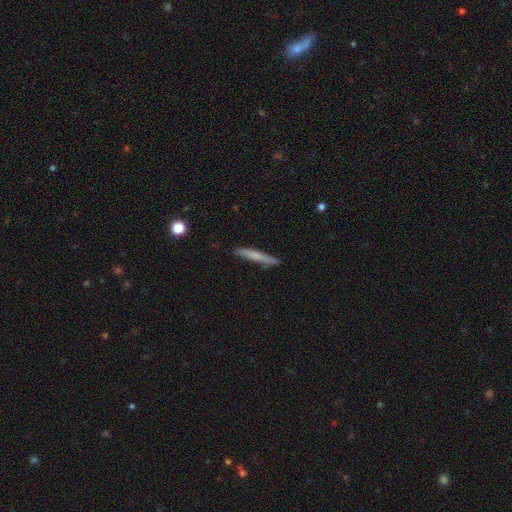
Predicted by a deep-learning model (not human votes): smooth_or_featured: smooth (p=0.64) [alt: featured or disk p=0.30]
how_rounded: cigar-shaped (p=0.95) [alt: in between p=0.03]
merging: none (p=0.88) [alt: minor disturbance p=0.09]